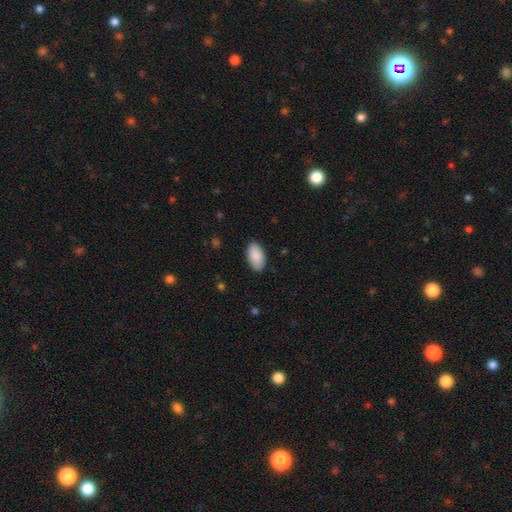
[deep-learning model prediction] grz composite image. It shows a smooth galaxy with no disk features (90%) that is in between round and cigar-shaped (96%). Merging: none (88%).